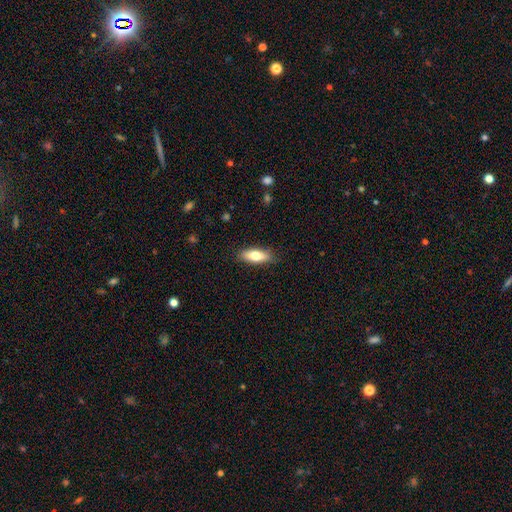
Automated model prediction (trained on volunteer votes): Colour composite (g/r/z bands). It shows a smooth galaxy with no disk features (72%) that is in between round and cigar-shaped (69%). Merging: none (86%).